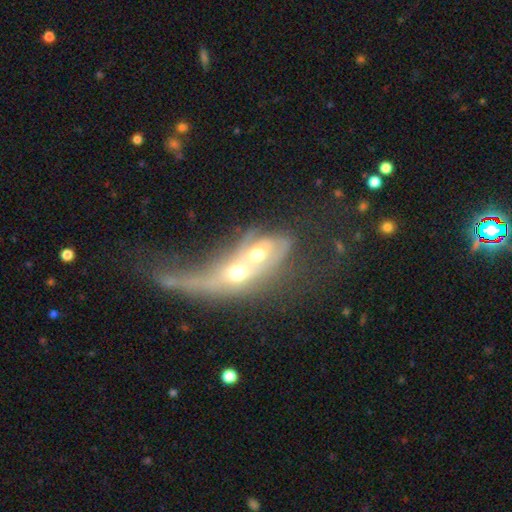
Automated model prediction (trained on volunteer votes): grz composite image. It shows a featured or disk galaxy (55%). Merging: merger (77%).